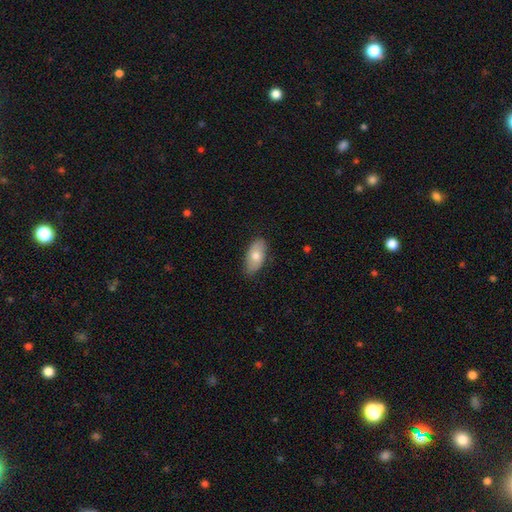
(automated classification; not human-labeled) The model was most divided on "smooth or featured": smooth: 74%, featured or disk: 20%, star or artifact: 6%. More confident: how rounded — in between (93%); merging — none (81%).